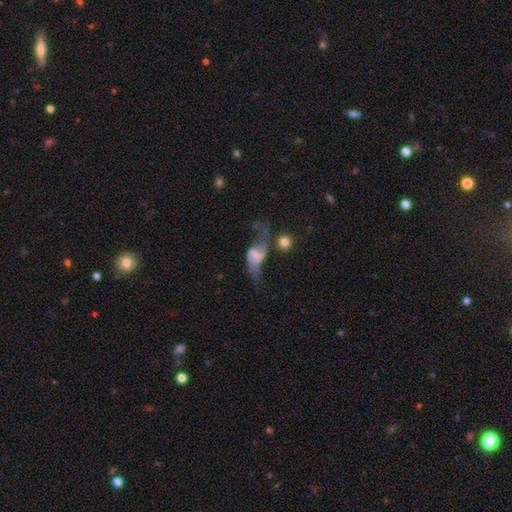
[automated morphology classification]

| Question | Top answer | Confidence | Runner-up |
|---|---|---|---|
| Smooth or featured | featured or disk | 65% | smooth (26%) |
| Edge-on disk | no | 94% | yes (6%) |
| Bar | no | 43% | weak (38%) |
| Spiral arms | yes | 79% | no (21%) |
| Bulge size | none | 48% | small (27%) |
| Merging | major disturbance | 35% | none (31%) |